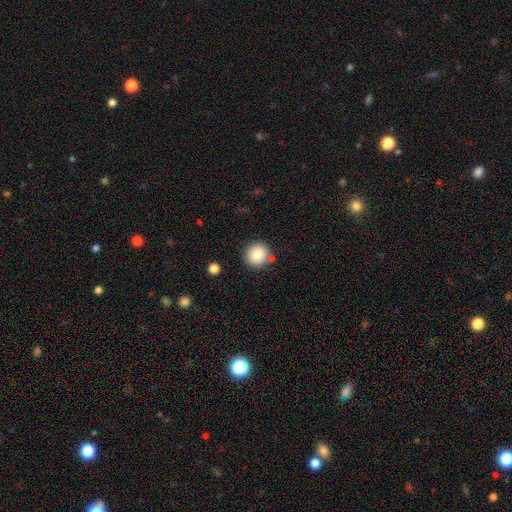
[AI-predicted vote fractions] Smooth or featured? Predicted: smooth (p=0.86). How rounded? Predicted: round (p=0.92). Merging? Predicted: none (p=0.81).